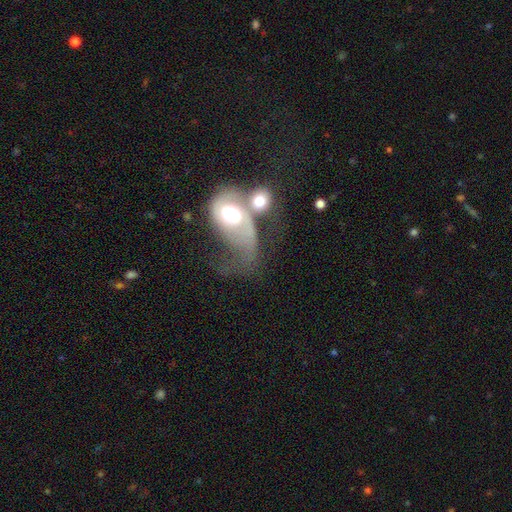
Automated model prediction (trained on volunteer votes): Smooth or featured: featured or disk — 59% (smooth — 29%)
Edge-on disk: no — 94% (yes — 6%)
Bar: no — 72% (weak — 21%)
Spiral arms: yes — 63% (no — 37%)
Bulge size: moderate — 61% (large — 22%)
Merging: merger — 52% (major disturbance — 28%)